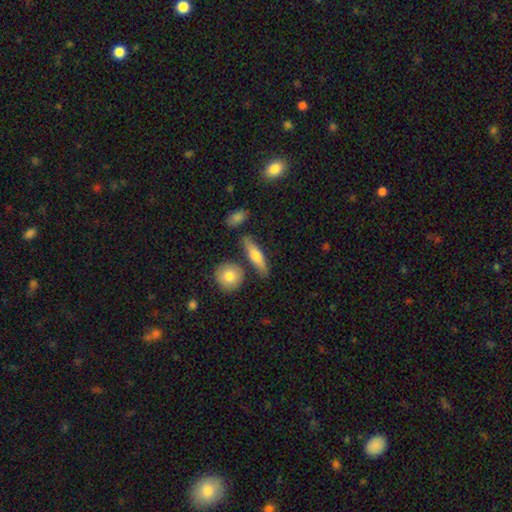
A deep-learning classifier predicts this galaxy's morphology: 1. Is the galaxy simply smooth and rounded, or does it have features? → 64% smooth, 30% featured or disk, 6% star or artifact.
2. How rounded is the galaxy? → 59% cigar-shaped, 36% in between, 5% round.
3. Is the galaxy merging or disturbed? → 77% none, 12% minor disturbance, 8% merger, 3% major disturbance.